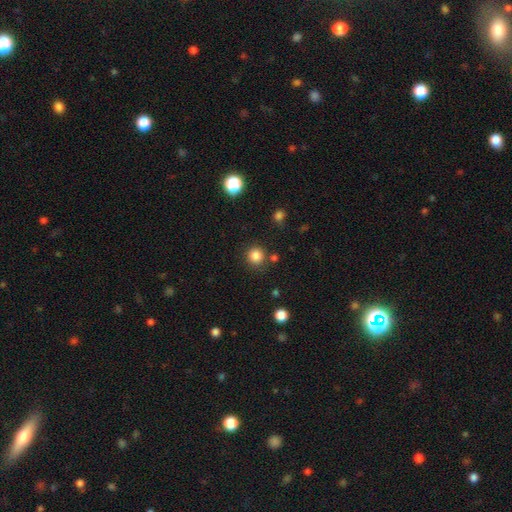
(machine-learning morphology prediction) smooth 84%, star or artifact 12%, featured or disk 4%. Down the decision tree: how rounded — round (92%); merging — none (84%).